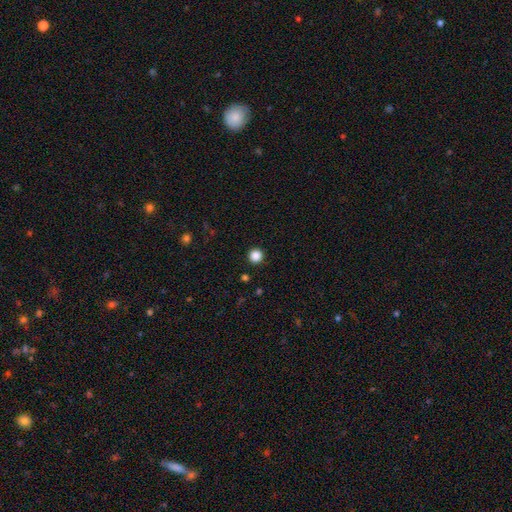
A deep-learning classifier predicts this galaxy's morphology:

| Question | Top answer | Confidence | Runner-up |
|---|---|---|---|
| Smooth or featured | smooth | 87% | star or artifact (11%) |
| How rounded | round | 96% | in between (3%) |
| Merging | none | 93% | minor disturbance (4%) |